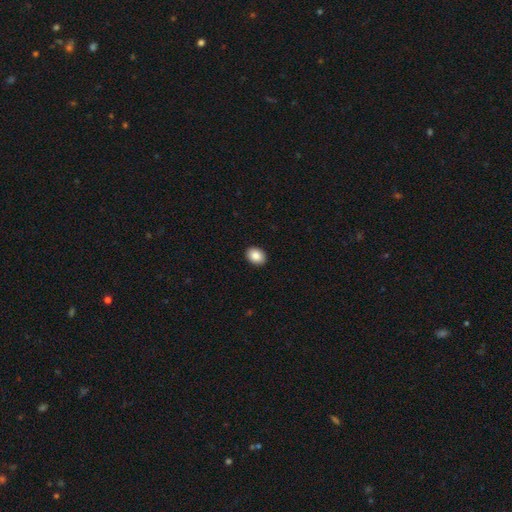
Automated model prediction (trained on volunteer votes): Q: Smooth or featured?
A: smooth (88%); runner-up: star or artifact (8%)
Q: How rounded?
A: in between (67%); runner-up: round (32%)
Q: Merging?
A: none (92%); runner-up: minor disturbance (6%)